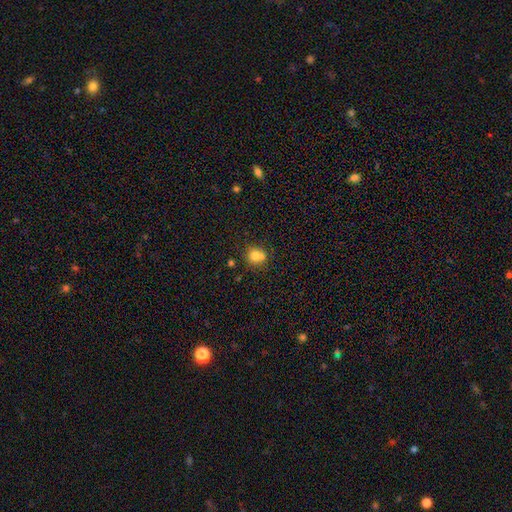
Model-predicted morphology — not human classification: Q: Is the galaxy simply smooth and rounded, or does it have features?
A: smooth — 76%.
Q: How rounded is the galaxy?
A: round — 81%.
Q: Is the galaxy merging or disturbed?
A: none — 52%.